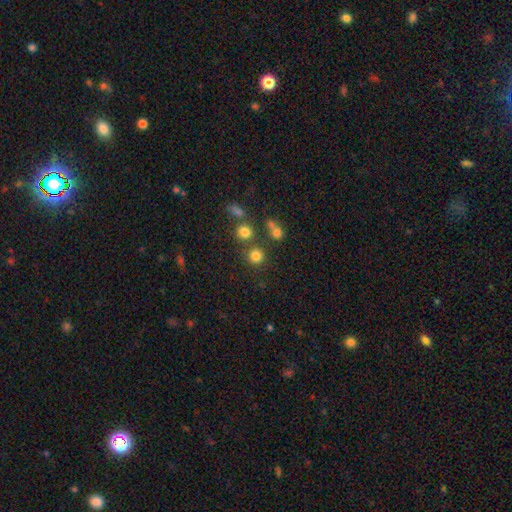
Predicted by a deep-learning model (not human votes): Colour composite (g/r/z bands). It shows a smooth galaxy with no disk features (78%) that is round (91%). Merging: none (75%).